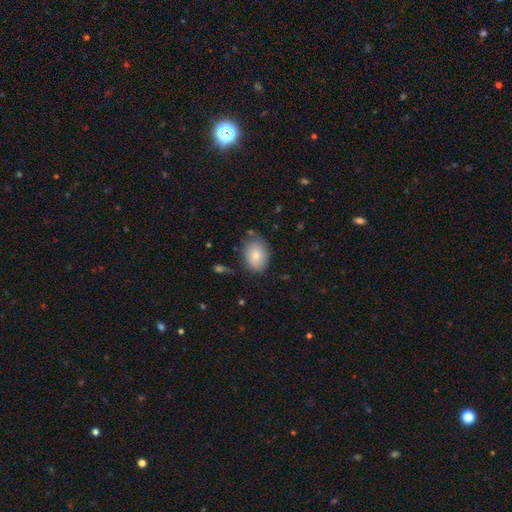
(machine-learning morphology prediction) This appears to be a smooth galaxy with no disk features (80%) that is in between round and cigar-shaped (73%). Merging: none (71%).